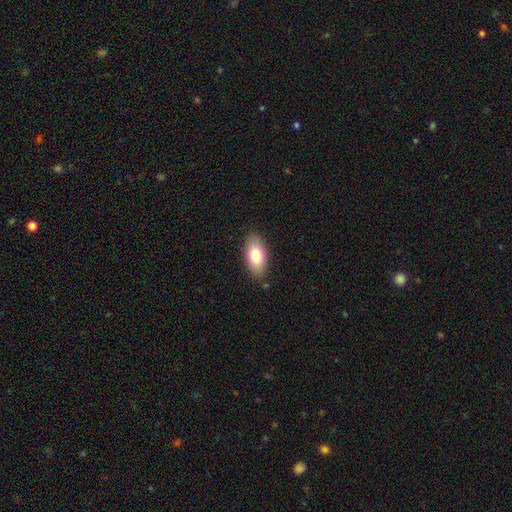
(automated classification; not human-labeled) This is likely a smooth galaxy (77%). How rounded: clearly in between (89%). Merging: clearly none (85%).